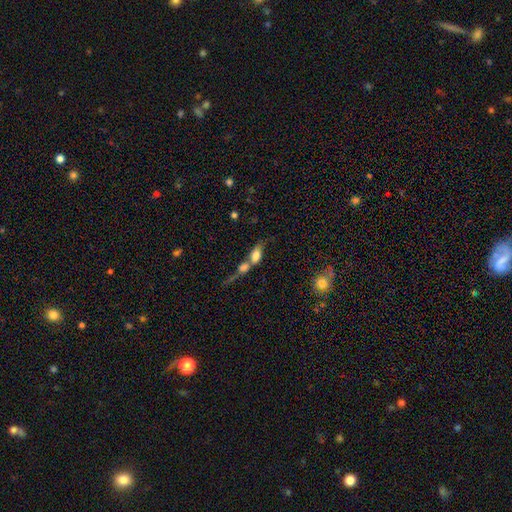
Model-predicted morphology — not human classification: This appears to be a smooth galaxy with no disk features (70%) that is in between round and cigar-shaped (78%). Merging: merger (70%).